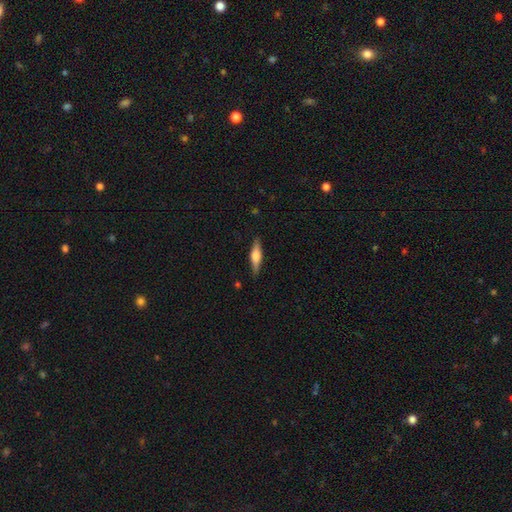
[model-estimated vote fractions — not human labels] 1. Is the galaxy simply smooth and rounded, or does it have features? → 54% featured or disk, 40% smooth, 6% star or artifact.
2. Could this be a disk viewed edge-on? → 96% yes, 4% no.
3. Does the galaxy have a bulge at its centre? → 89% rounded, 8% boxy, 3% none.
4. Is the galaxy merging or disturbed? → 89% none, 9% minor disturbance, 2% major disturbance, 1% merger.